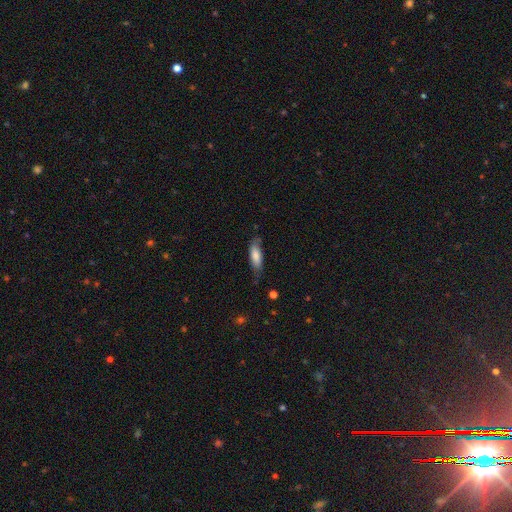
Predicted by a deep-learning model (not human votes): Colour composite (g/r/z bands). It shows a smooth galaxy with no disk features (78%) that is in between round and cigar-shaped (58%). Merging: none (69%).